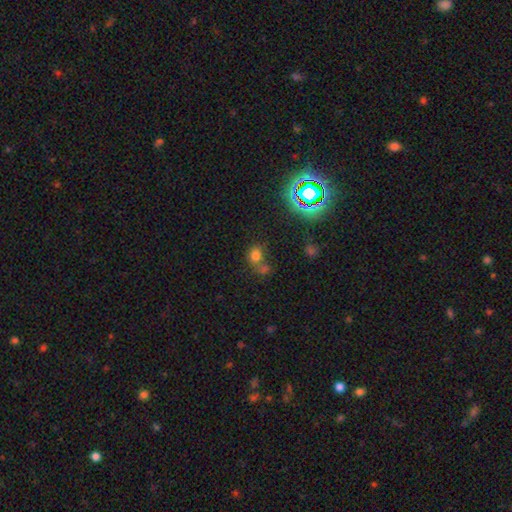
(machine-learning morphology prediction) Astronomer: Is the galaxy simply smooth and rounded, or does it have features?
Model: smooth — 69%.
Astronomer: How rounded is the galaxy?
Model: round — 60% (runner-up: in between, 39%).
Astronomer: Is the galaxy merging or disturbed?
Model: none — 45% (runner-up: merger, 36%).